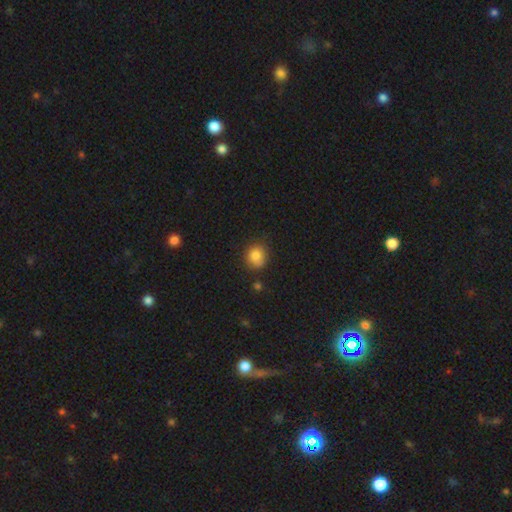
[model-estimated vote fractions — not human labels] A smooth galaxy with no disk features (83%) that is round (76%). Merging: none (72%).